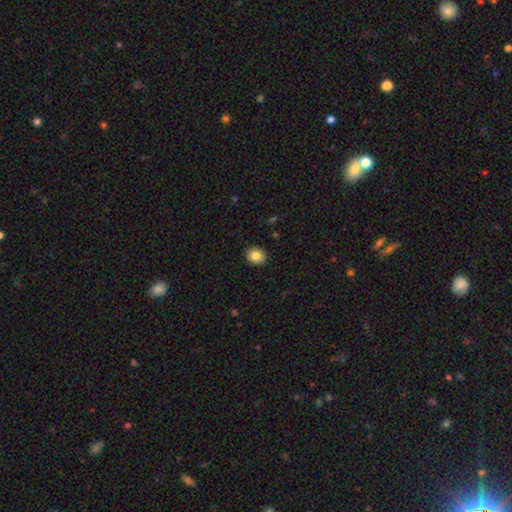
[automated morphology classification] smooth 83%, star or artifact 9%, featured or disk 8%. Down the decision tree: how rounded — round (66%); merging — none (91%).